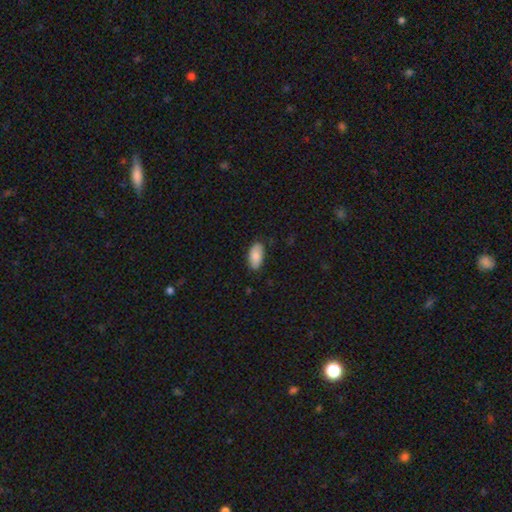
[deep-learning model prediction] smooth_or_featured: smooth (p=0.83) [alt: featured or disk p=0.11]
how_rounded: in between (p=0.93) [alt: cigar-shaped p=0.04]
merging: none (p=0.84) [alt: minor disturbance p=0.13]